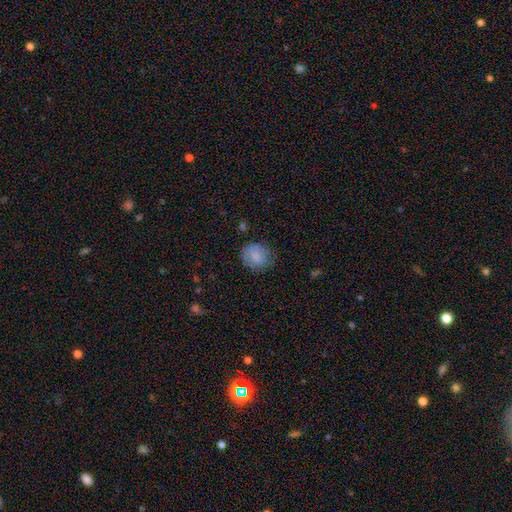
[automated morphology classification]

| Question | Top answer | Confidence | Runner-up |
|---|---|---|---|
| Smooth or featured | smooth | 70% | featured or disk (22%) |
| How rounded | round | 69% | in between (30%) |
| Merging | none | 72% | minor disturbance (20%) |